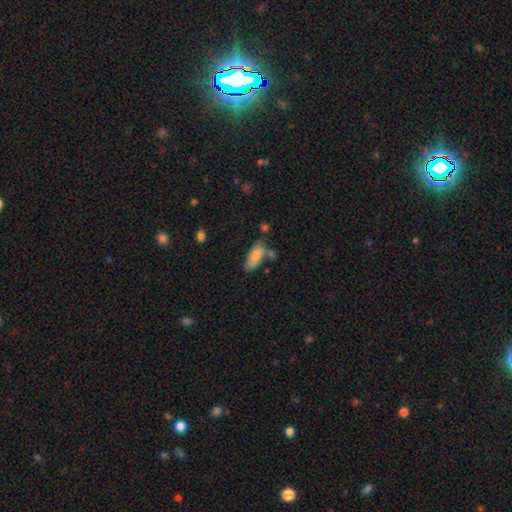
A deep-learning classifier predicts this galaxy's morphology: The model was most divided on "merging": none: 58%, minor disturbance: 21%, merger: 15%, major disturbance: 5%. More confident: smooth or featured — smooth (82%); how rounded — in between (80%).